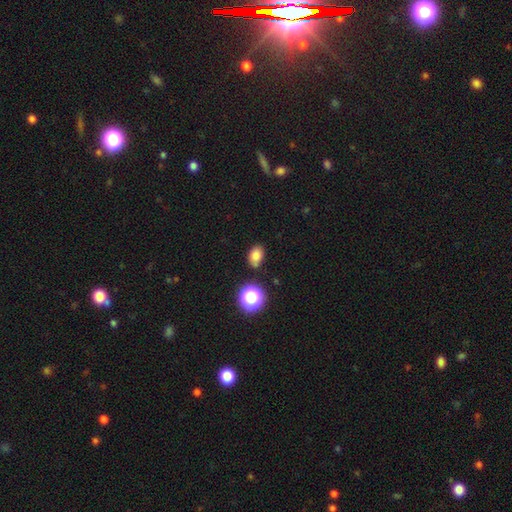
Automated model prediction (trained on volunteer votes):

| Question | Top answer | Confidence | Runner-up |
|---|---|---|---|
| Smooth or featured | smooth | 79% | star or artifact (14%) |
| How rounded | in between | 76% | round (23%) |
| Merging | none | 76% | minor disturbance (16%) |